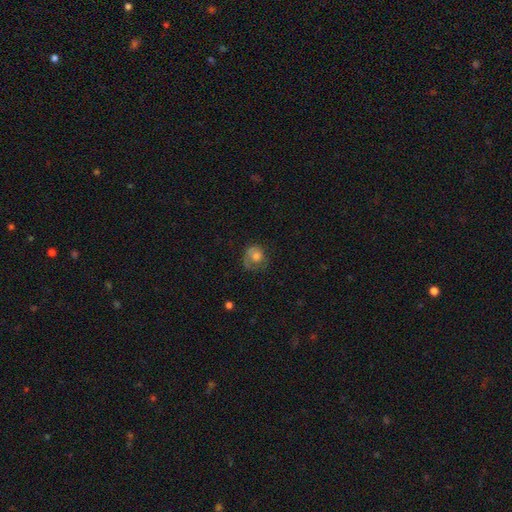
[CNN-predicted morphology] smooth 57%, featured or disk 35%, star or artifact 9%. Down the decision tree: how rounded — round (71%); merging — none (44%).